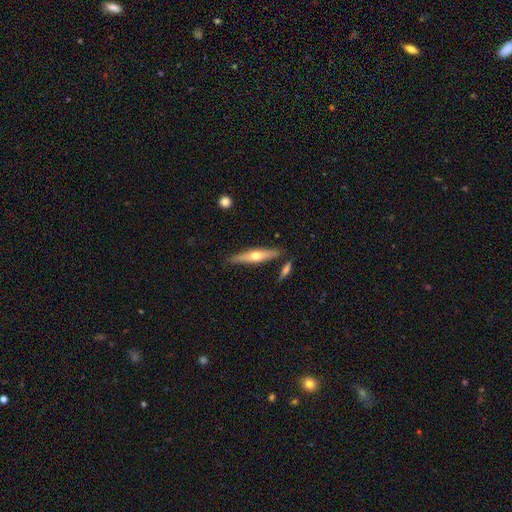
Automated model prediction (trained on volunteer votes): featured or disk 56%, smooth 37%, star or artifact 6%. Down the decision tree: edge-on disk — yes (92%); edge-on bulge — rounded (92%); merging — none (83%).